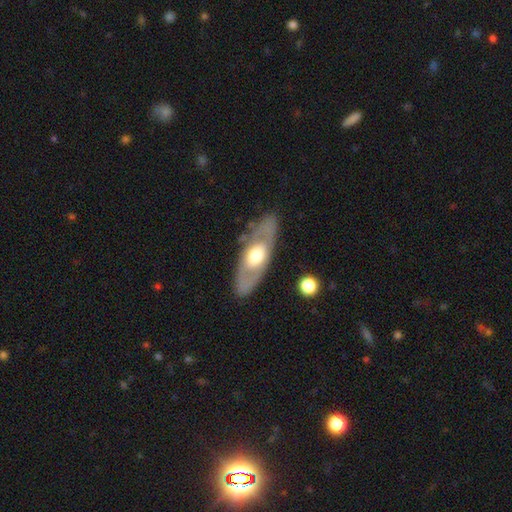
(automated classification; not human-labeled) A featured or disk galaxy (58%). Merging: none (81%).